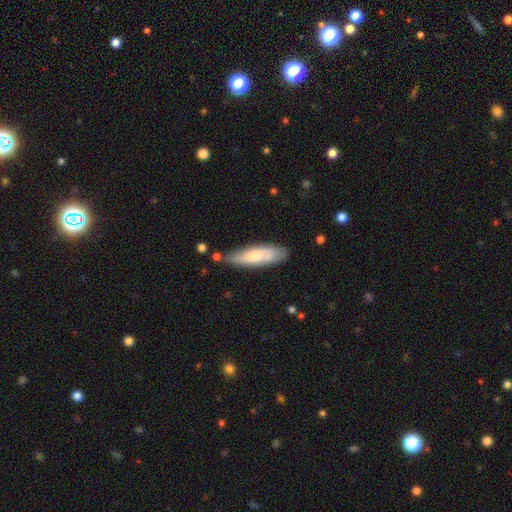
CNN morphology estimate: A smooth galaxy with no disk features (62%) that is cigar-shaped (52%). Merging: none (71%).